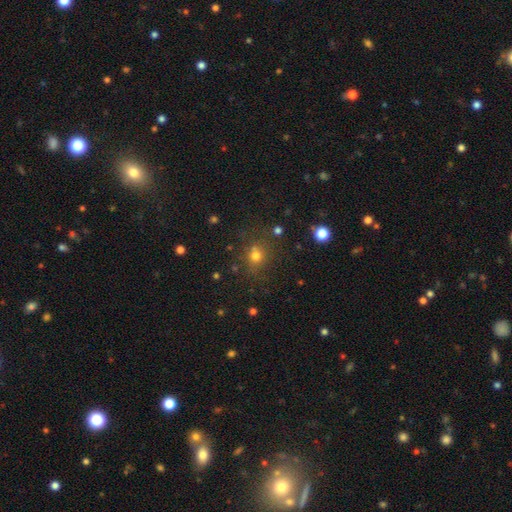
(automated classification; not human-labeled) smooth-or-featured: smooth: 70% | star or artifact: 21% | featured or disk: 9%
  how-rounded: round: 76% | in between: 23% | cigar-shaped: 1%
  merging: none: 71% | minor disturbance: 13% | merger: 10% | major disturbance: 6%